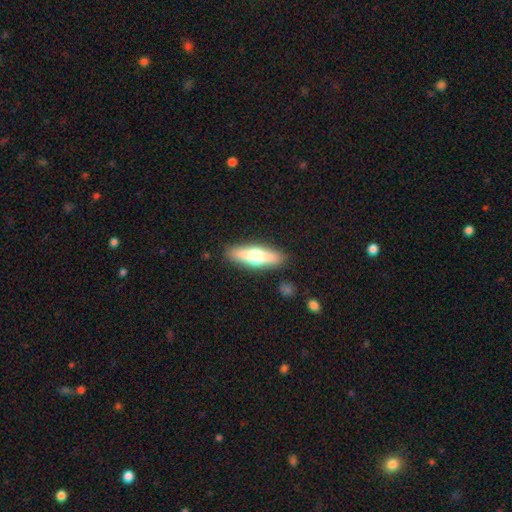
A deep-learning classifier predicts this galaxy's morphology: Overall: smooth (47%; featured or disk 46%). Merging: none (87%).